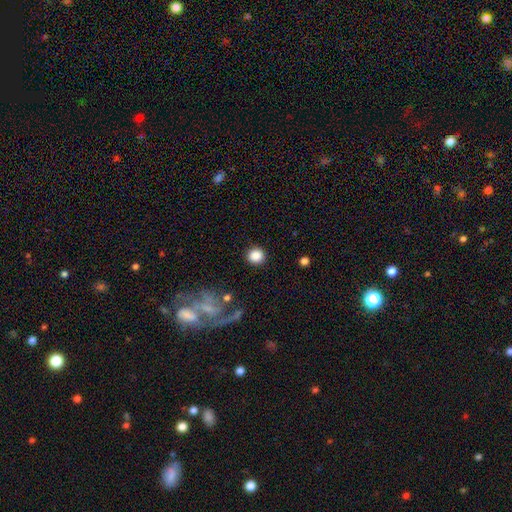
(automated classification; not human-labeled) Overall: smooth (86%). How rounded: round (89%). Merging: none (88%).